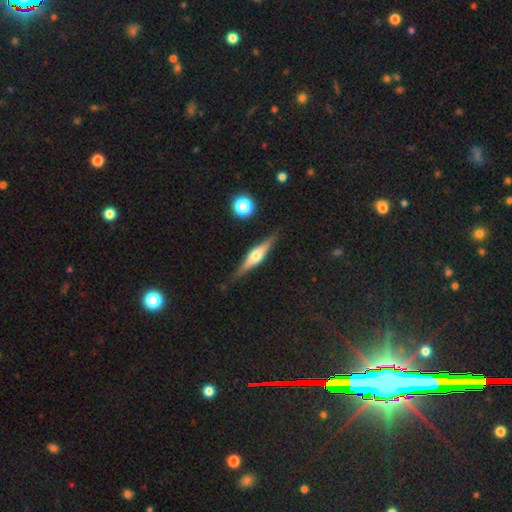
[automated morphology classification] A featured or disk galaxy (71%) viewed edge-on (97%) with a rounded central bulge (90%). Merging: none (87%).